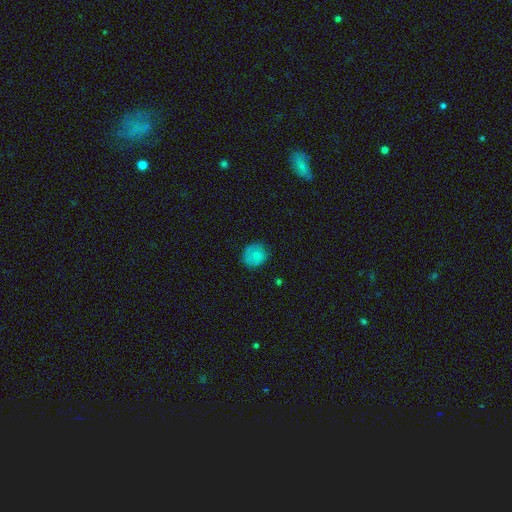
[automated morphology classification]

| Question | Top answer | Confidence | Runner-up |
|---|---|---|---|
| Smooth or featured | smooth | 80% | star or artifact (10%) |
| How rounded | round | 78% | in between (21%) |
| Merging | none | 74% | minor disturbance (20%) |